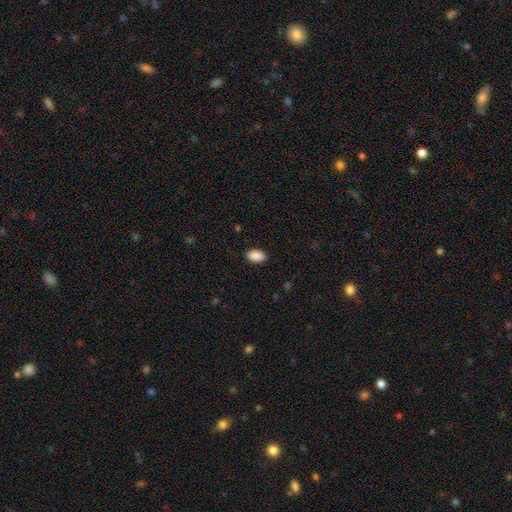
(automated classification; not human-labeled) Q: Smooth or featured?
A: smooth (90%); runner-up: star or artifact (7%)
Q: How rounded?
A: in between (93%); runner-up: round (6%)
Q: Merging?
A: none (89%); runner-up: minor disturbance (8%)